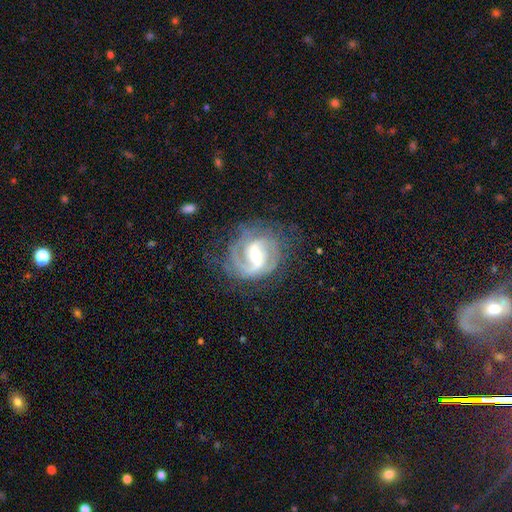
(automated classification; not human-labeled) The model was most divided on "bar" (2-way tie): weak: 45%, strong: 45%, no: 11%. Remaining: edge-on disk — no (98%); spiral arms — yes (97%); smooth or featured — featured or disk (89%); spiral arm count — 2 (70%); merging — none (68%); bulge size — moderate (57%); spiral winding — medium (49%).